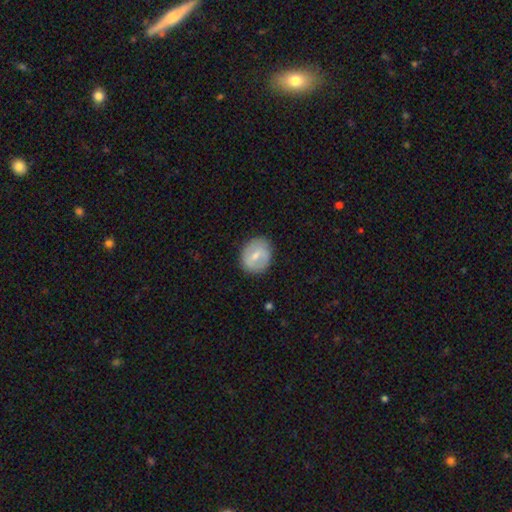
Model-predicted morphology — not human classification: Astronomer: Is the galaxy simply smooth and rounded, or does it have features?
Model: smooth — 55% (runner-up: featured or disk, 38%).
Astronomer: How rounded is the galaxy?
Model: round — 50% (runner-up: in between, 48%).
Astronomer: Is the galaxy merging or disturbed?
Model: none — 81%.